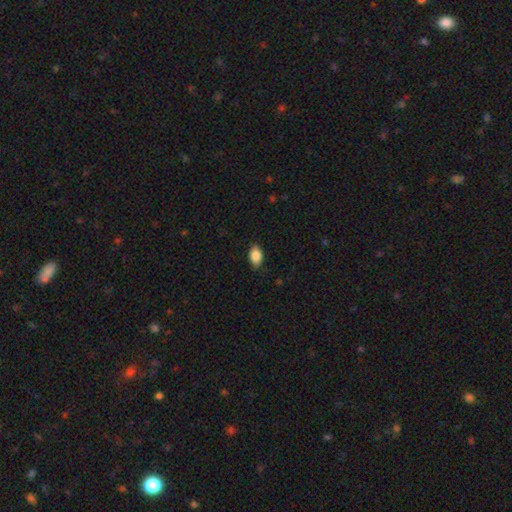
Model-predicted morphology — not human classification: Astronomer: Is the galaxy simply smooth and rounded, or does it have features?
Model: smooth — 86%.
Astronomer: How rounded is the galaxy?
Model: in between — 90%.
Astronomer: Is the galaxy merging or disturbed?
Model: none — 84%.